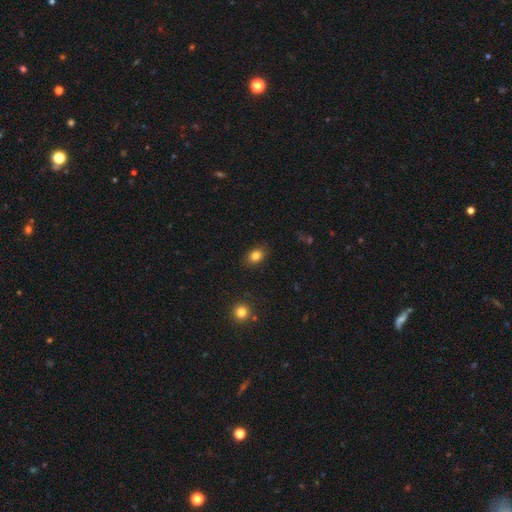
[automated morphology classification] Smooth or featured: smooth — 84% (star or artifact — 10%)
How rounded: in between — 70% (round — 29%)
Merging: none — 86% (minor disturbance — 10%)